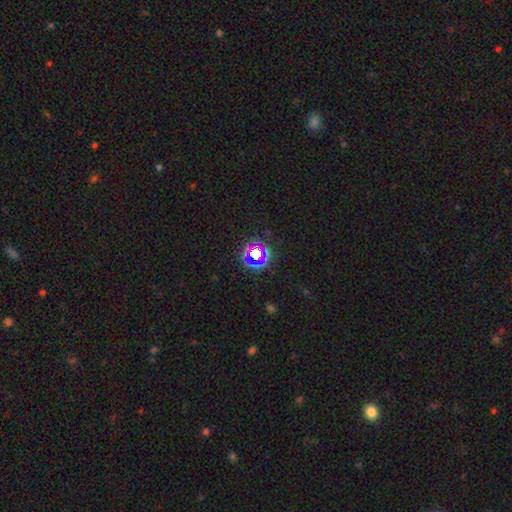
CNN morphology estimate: Smooth or featured? star or artifact (67%)